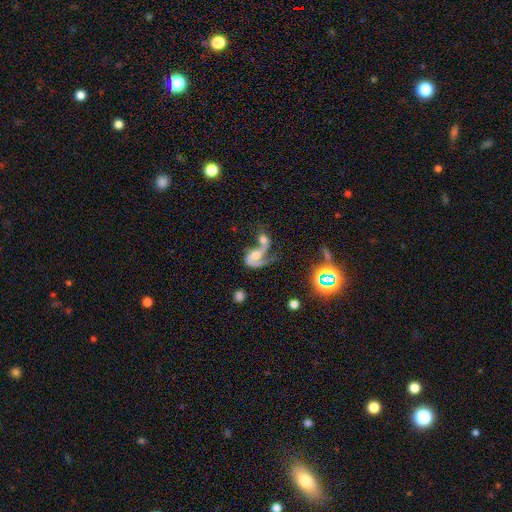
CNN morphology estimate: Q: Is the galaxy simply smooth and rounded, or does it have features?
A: featured or disk — 74%.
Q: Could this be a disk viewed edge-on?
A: no — 97%.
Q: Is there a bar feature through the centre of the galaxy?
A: no — 59%.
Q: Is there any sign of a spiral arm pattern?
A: yes — 88%.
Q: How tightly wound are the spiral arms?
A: loose — 53%.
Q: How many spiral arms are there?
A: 2 — 58%.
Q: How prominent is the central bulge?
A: moderate — 56%.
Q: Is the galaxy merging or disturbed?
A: merger — 68%.